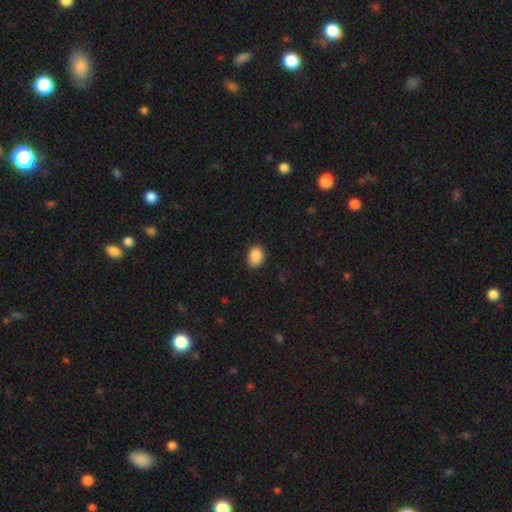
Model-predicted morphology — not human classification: type=smooth (89%); roundness=in between (76%); merging=none (85%).